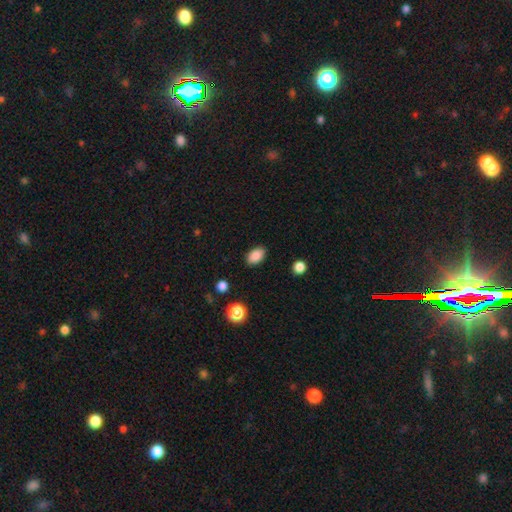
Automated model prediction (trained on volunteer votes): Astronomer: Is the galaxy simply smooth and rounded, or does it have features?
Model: smooth — 87%.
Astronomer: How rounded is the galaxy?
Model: in between — 89%.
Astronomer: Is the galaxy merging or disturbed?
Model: none — 87%.